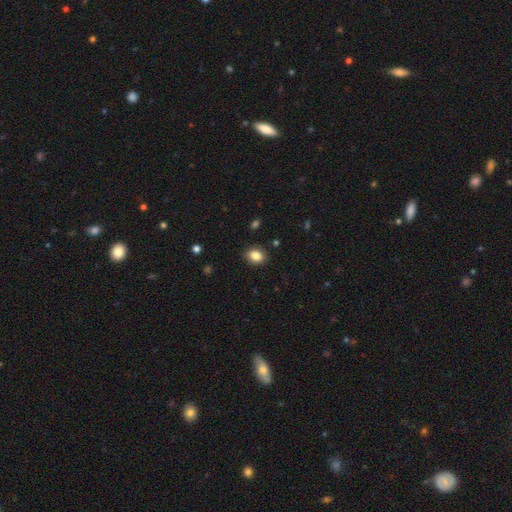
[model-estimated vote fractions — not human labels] This is clearly a smooth galaxy (85%). How rounded: likely in between (63%). Merging: clearly none (88%).